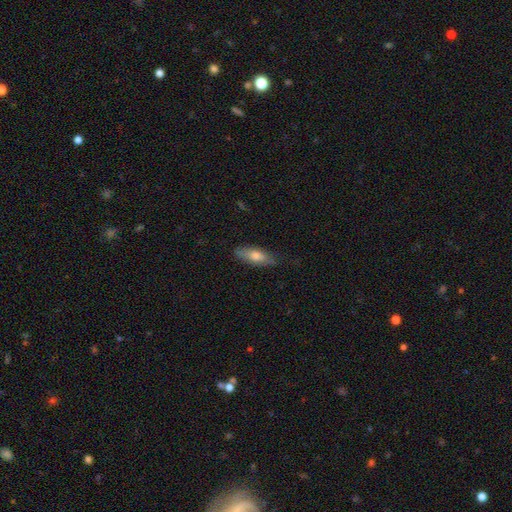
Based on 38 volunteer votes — Overall: smooth (61%; featured or disk 39%). How rounded: in between (83%). Merging: none (95%).